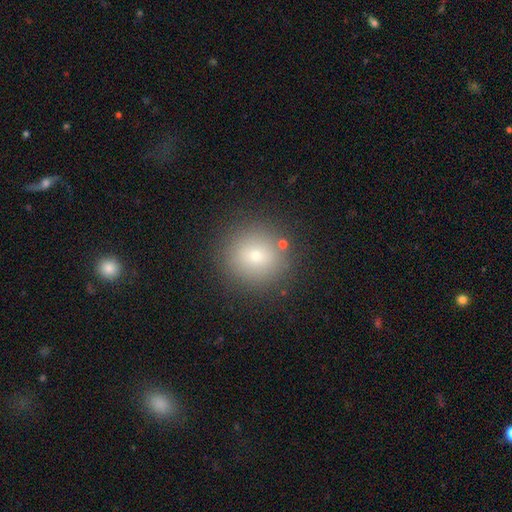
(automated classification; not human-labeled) This appears to be a smooth galaxy with no disk features (71%) that is round (93%). Merging: none (87%).